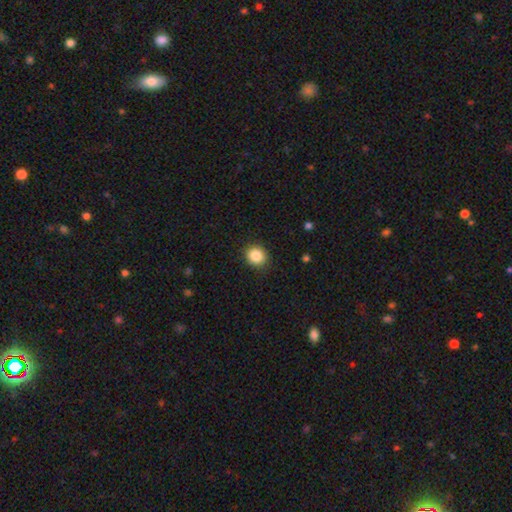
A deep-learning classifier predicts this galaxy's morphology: The model was most divided on "how rounded": round: 83%, in between: 17%, cigar-shaped: 1%. More confident: merging — none (89%); smooth or featured — smooth (86%).